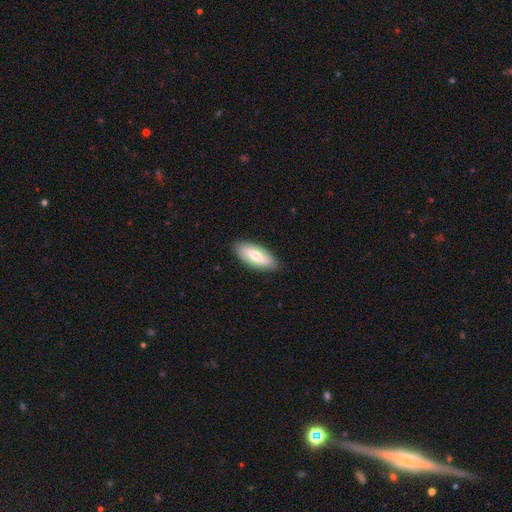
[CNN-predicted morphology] smooth_or_featured: smooth (p=0.63) [alt: featured or disk p=0.32]
how_rounded: in between (p=0.83) [alt: cigar-shaped p=0.15]
merging: none (p=0.87) [alt: minor disturbance p=0.10]